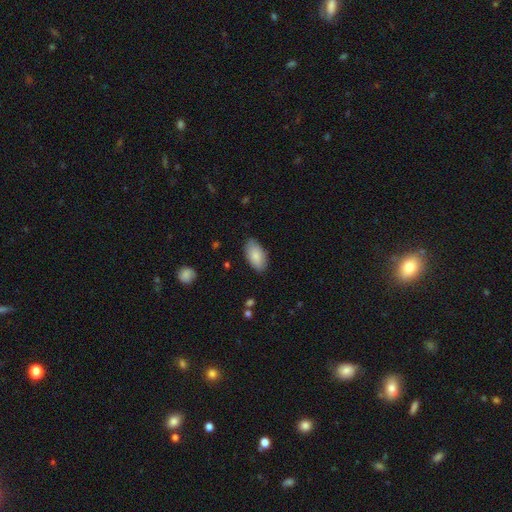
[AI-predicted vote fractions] A smooth galaxy with no disk features (85%) that is in between round and cigar-shaped (95%).

Vote fractions:
- Smooth or featured? smooth: 85% / featured or disk: 10% / star or artifact: 6%
- How rounded? in between: 95% / cigar-shaped: 3% / round: 2%
- Merging? none: 83% / minor disturbance: 14% / major disturbance: 2% / merger: 1%